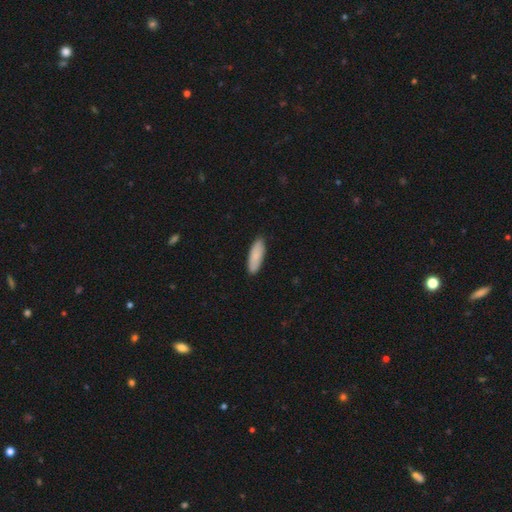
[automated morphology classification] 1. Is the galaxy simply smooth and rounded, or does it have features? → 88% smooth, 7% featured or disk, 5% star or artifact.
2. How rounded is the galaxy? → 57% in between, 42% cigar-shaped, 2% round.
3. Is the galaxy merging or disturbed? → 88% none, 10% minor disturbance, 2% major disturbance, 1% merger.